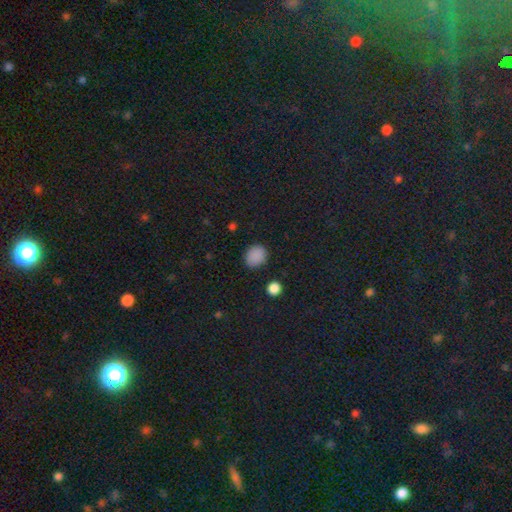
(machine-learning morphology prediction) A smooth galaxy with no disk features (84%) that is round (62%).

Vote fractions:
- Smooth or featured? smooth: 84% / star or artifact: 12% / featured or disk: 3%
- How rounded? round: 62% / in between: 37% / cigar-shaped: 1%
- Merging? none: 84% / minor disturbance: 12% / major disturbance: 3% / merger: 2%